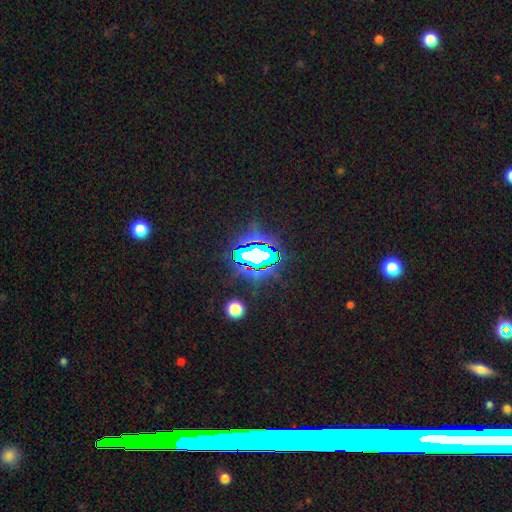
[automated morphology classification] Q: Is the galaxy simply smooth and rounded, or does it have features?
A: star or artifact — 70%.